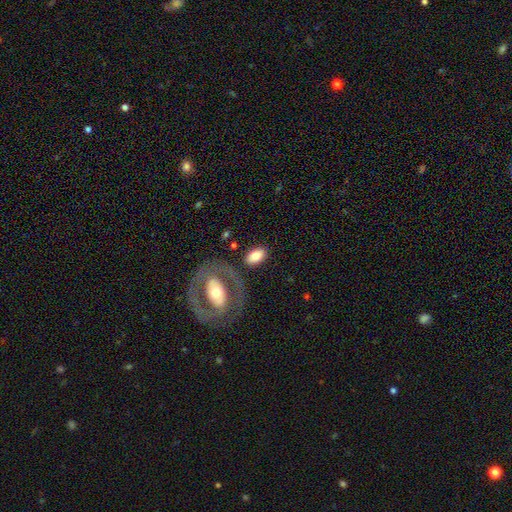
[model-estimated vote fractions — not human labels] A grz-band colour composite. It shows a smooth galaxy with no disk features (72%) that is in between round and cigar-shaped (91%). Merging: none (72%).